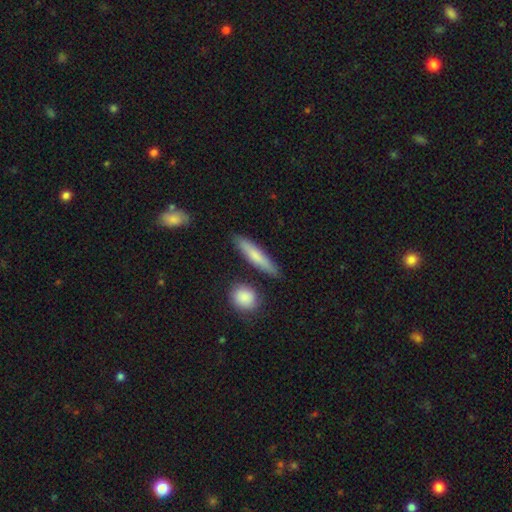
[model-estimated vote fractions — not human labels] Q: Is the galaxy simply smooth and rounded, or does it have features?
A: smooth — 71%.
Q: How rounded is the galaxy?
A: cigar-shaped — 86%.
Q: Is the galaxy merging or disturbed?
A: none — 84%.